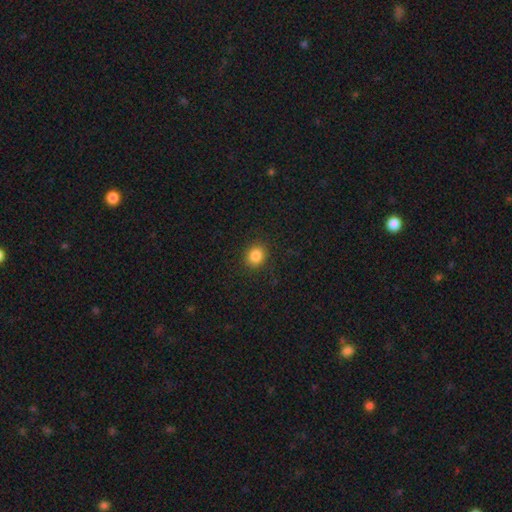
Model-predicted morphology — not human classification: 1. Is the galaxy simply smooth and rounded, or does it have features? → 85% smooth, 11% star or artifact, 4% featured or disk.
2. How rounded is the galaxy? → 77% round, 22% in between, 1% cigar-shaped.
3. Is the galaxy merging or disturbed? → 90% none, 7% minor disturbance, 2% major disturbance, 1% merger.